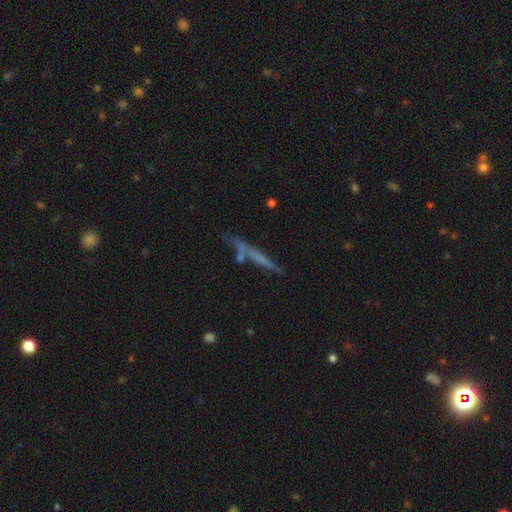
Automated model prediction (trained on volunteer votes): This is marginally a smooth galaxy (45%). Merging: likely none (71%).